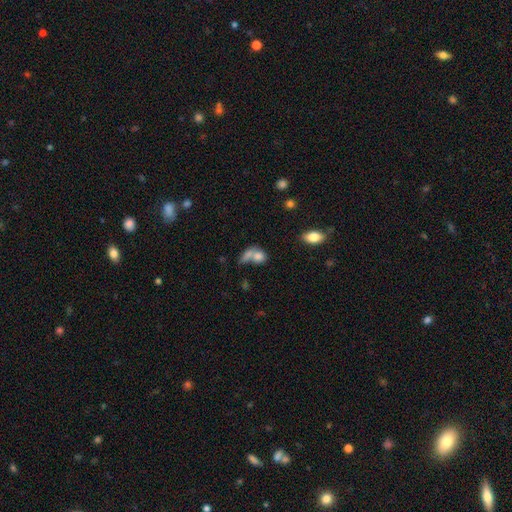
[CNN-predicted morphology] Smooth or featured? Predicted: smooth (p=0.76). How rounded? Predicted: in between (p=0.53). Merging? Predicted: merger (p=0.55).